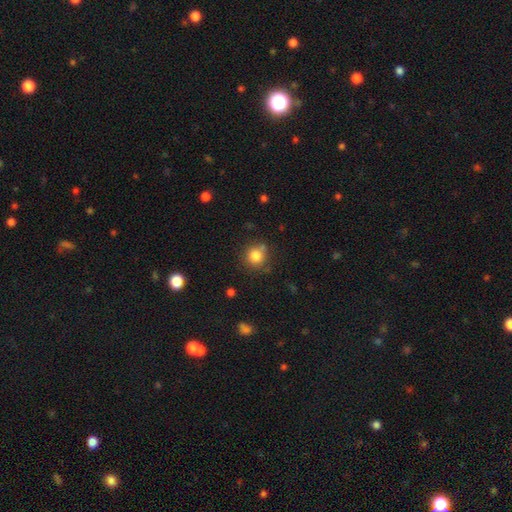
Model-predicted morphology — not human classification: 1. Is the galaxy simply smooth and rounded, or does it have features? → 82% smooth, 11% star or artifact, 6% featured or disk.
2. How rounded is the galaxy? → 90% round, 9% in between, 1% cigar-shaped.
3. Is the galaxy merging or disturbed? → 76% none, 14% minor disturbance, 7% merger, 4% major disturbance.